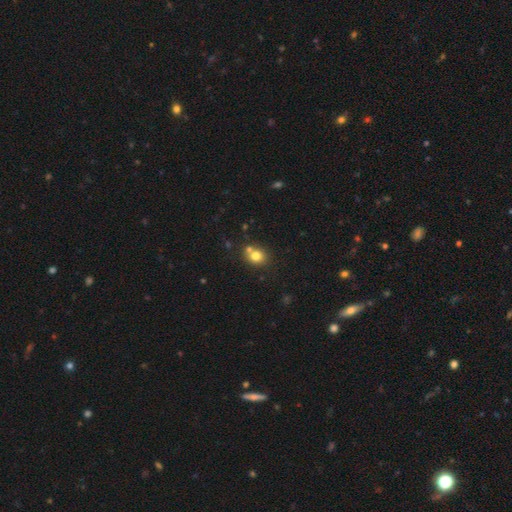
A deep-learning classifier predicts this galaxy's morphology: A smooth galaxy with no disk features (77%) that is round (77%). Merging: none (59%).